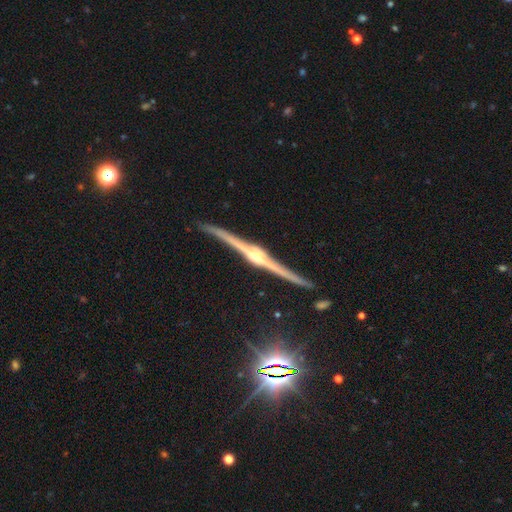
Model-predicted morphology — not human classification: Smooth or featured?
  - featured or disk: 90% *
  - star or artifact: 6%
  - smooth: 4%
Edge-on disk?
  - yes: 98% *
  - no: 2%
Edge-on bulge?
  - rounded: 91% *
  - boxy: 6%
  - none: 3%
Merging?
  - none: 90% *
  - minor disturbance: 7%
  - major disturbance: 1%
  - merger: 1%